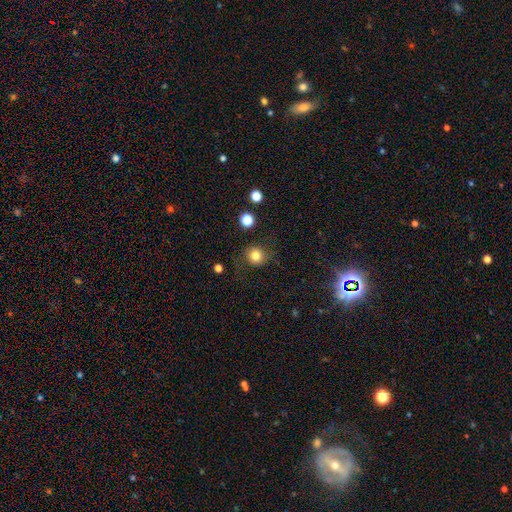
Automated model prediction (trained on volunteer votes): Smooth or featured: smooth — 80% (star or artifact — 12%)
How rounded: round — 89% (in between — 10%)
Merging: none — 79% (minor disturbance — 13%)